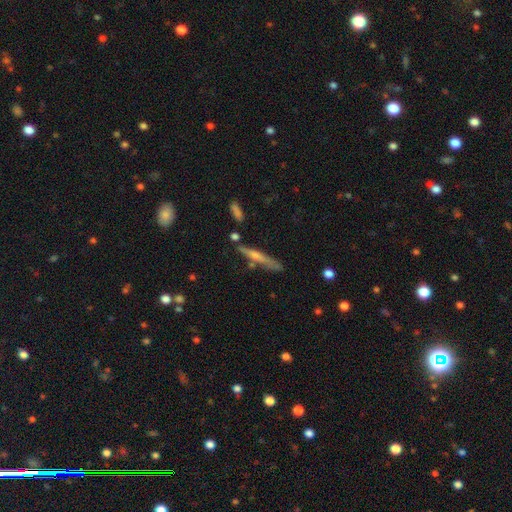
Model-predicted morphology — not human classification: A featured or disk galaxy (55%) viewed edge-on (93%) with a rounded central bulge (62%). Merging: none (72%).